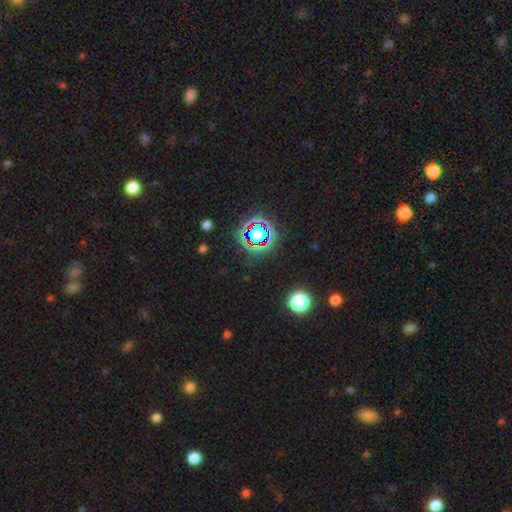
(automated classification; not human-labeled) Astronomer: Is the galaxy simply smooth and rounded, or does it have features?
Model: star or artifact — 77%.